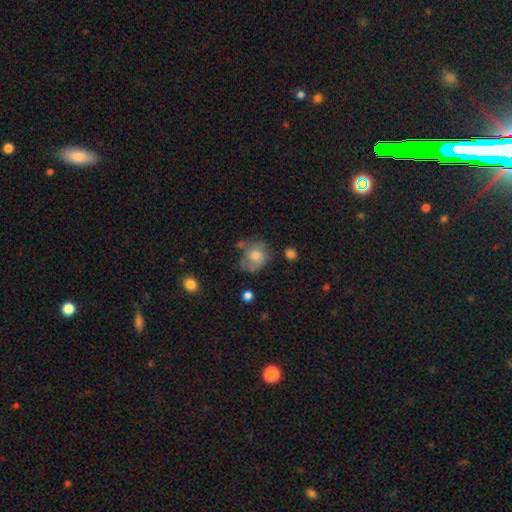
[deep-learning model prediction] The model was most divided on "merging": none: 50%, minor disturbance: 29%, major disturbance: 15%, merger: 6%. More confident: how rounded — round (66%); smooth or featured — smooth (59%).